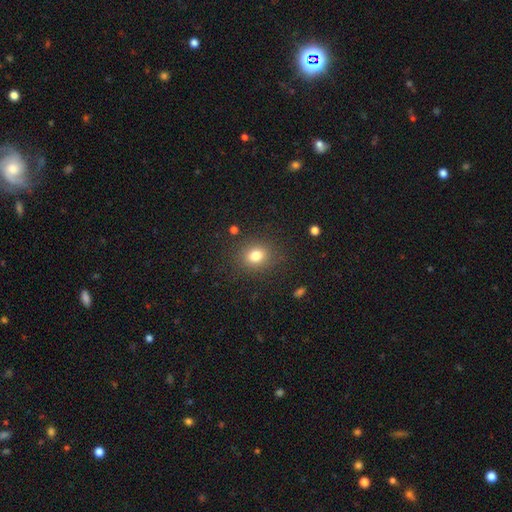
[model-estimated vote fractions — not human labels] The model was most divided on "how rounded": round: 68%, in between: 31%, cigar-shaped: 1%. More confident: merging — none (86%); smooth or featured — smooth (79%).